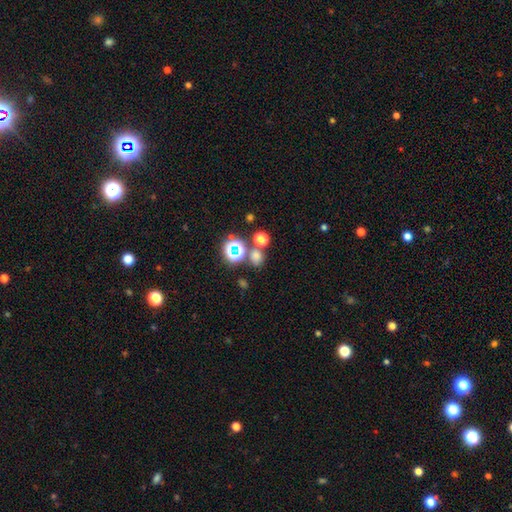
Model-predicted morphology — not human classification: A smooth galaxy with no disk features (63%) that is round (67%). Merging: none (66%).